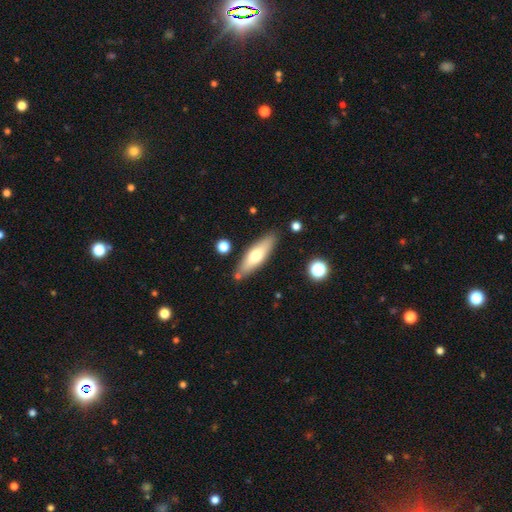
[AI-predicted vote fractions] A smooth galaxy with no disk features (60%) that is cigar-shaped (58%). Merging: none (84%).